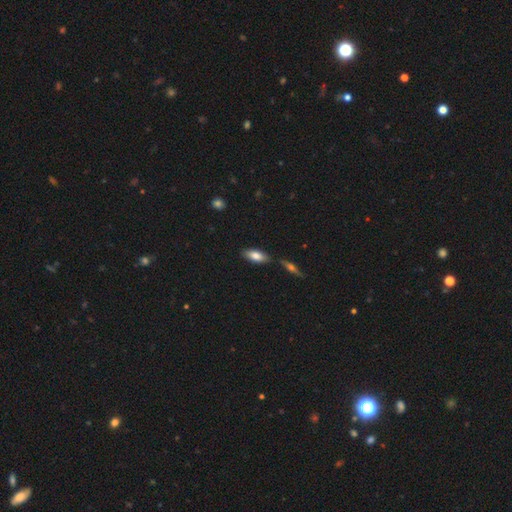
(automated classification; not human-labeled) Smooth or featured: smooth — 77% (featured or disk — 16%)
How rounded: in between — 82% (cigar-shaped — 16%)
Merging: none — 78% (minor disturbance — 12%)